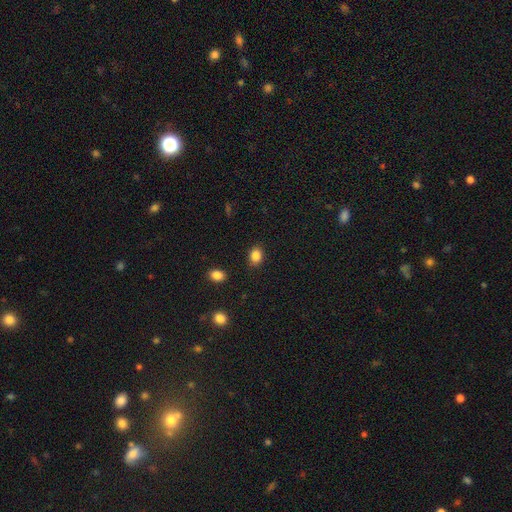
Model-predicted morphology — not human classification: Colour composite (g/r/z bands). It shows a smooth galaxy with no disk features (86%) that is in between round and cigar-shaped (63%). Merging: none (87%).